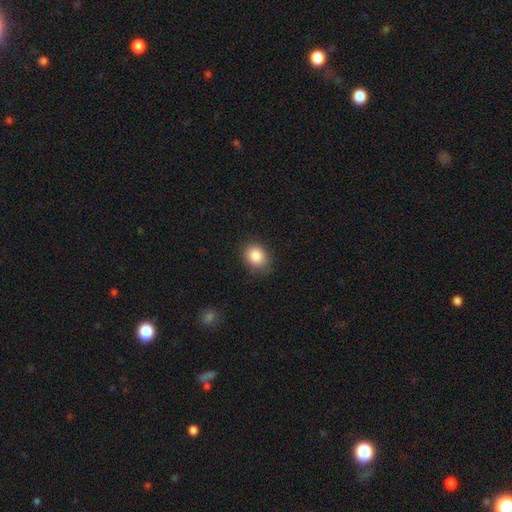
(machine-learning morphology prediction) Overall: smooth (86%). How rounded: in between (51%; round 49%). Merging: none (83%).